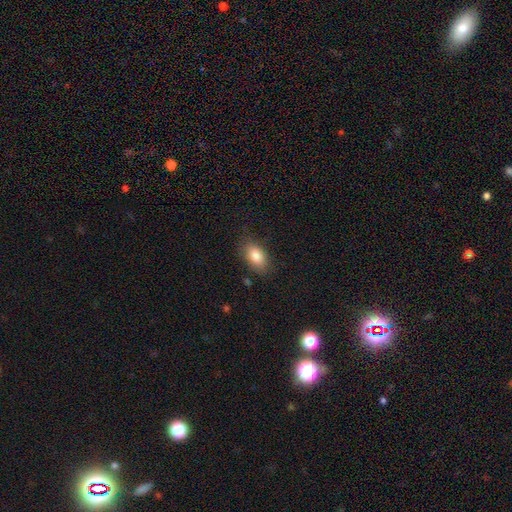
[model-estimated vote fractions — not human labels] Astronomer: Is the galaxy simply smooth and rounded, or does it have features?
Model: smooth — 85%.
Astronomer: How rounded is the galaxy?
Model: in between — 90%.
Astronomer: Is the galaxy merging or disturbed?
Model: none — 79%.